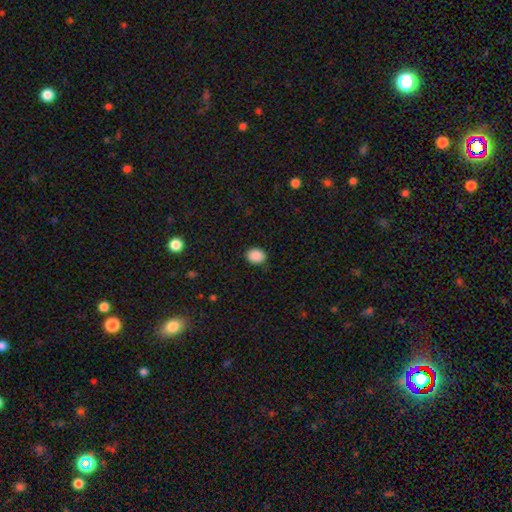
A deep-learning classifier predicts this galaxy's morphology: The model was most divided on "how rounded": in between: 52%, round: 47%, cigar-shaped: 1%. More confident: smooth or featured — smooth (90%); merging — none (88%).